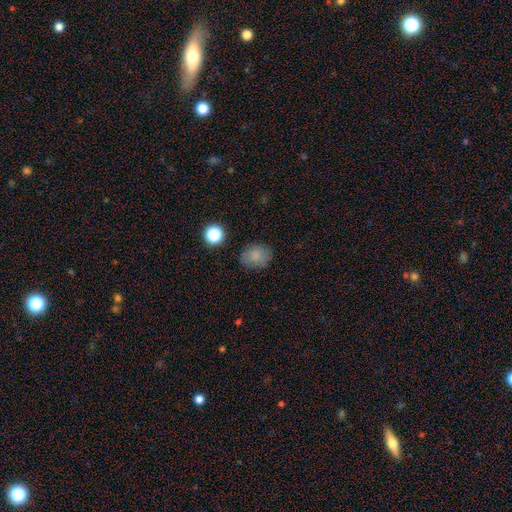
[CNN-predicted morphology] Smooth or featured? Predicted: smooth (p=0.81). How rounded? Predicted: round (p=0.51). Merging? Predicted: none (p=0.81).